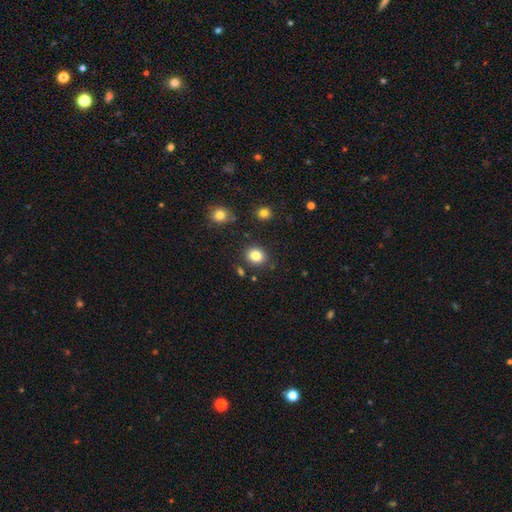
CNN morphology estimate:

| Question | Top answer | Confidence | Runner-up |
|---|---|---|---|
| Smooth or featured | smooth | 84% | star or artifact (10%) |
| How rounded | round | 65% | in between (34%) |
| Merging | none | 86% | minor disturbance (8%) |